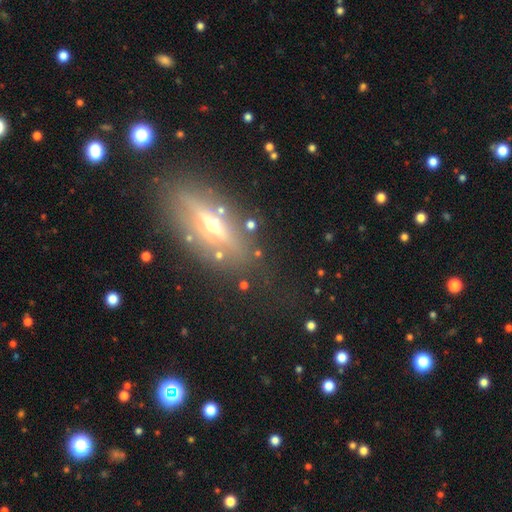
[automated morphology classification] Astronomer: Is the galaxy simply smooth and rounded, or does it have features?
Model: featured or disk — 60%.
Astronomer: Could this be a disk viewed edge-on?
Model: yes — 79%.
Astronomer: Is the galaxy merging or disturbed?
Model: none — 76%.